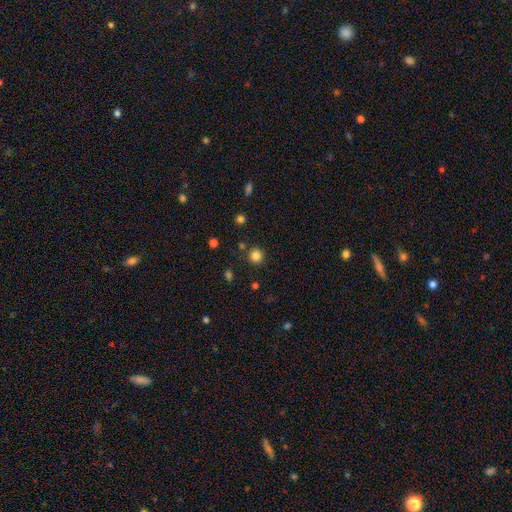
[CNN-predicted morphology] smooth-or-featured: smooth: 83% | star or artifact: 13% | featured or disk: 4%
  how-rounded: round: 94% | in between: 5% | cigar-shaped: 1%
  merging: none: 87% | minor disturbance: 7% | merger: 4% | major disturbance: 2%